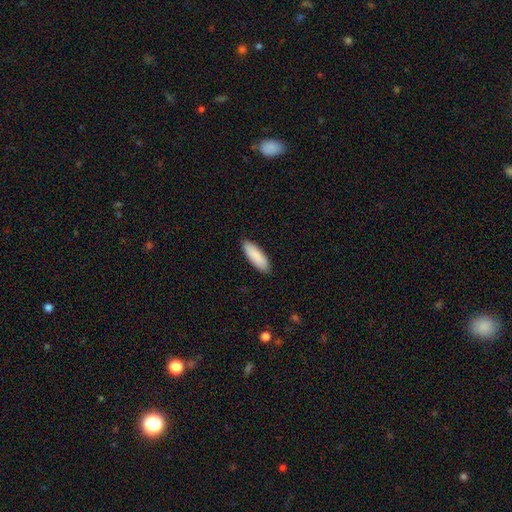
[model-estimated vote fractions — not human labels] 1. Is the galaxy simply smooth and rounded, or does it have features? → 90% smooth, 5% star or artifact, 5% featured or disk.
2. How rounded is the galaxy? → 62% in between, 37% cigar-shaped, 1% round.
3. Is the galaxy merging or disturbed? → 89% none, 8% minor disturbance, 2% major disturbance, 1% merger.